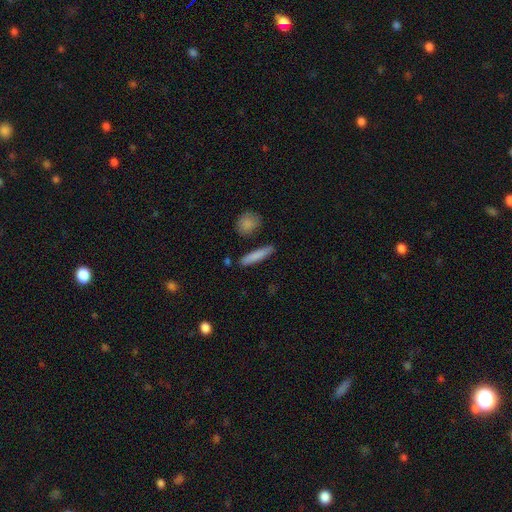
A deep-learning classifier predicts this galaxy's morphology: type=smooth (81%); roundness=cigar-shaped (84%); merging=none (84%).